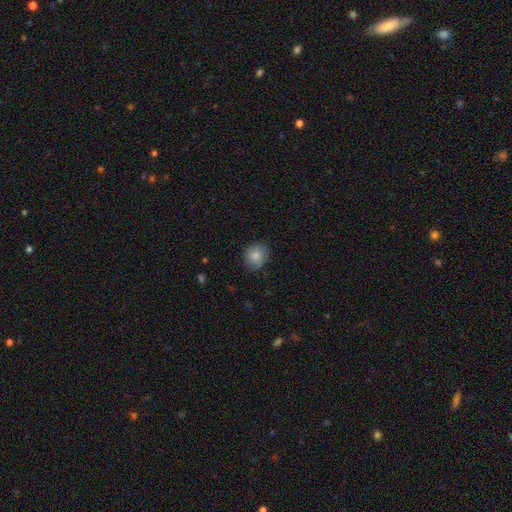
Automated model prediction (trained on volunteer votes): smooth_or_featured: smooth (p=0.84) [alt: star or artifact p=0.09]
how_rounded: round (p=0.83) [alt: in between p=0.16]
merging: none (p=0.84) [alt: minor disturbance p=0.12]